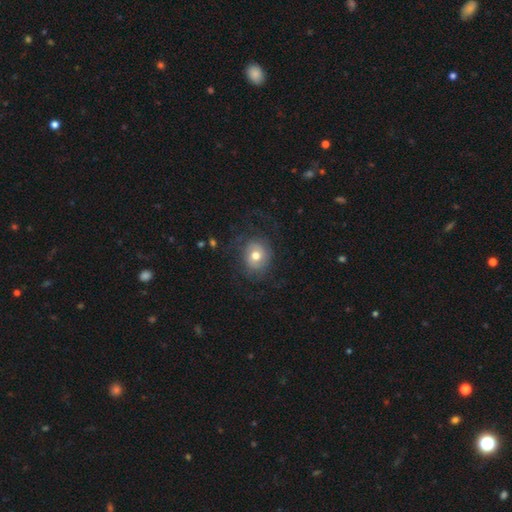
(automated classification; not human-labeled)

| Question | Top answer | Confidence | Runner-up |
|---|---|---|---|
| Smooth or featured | smooth | 58% | featured or disk (32%) |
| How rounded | round | 69% | in between (30%) |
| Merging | none | 66% | minor disturbance (17%) |